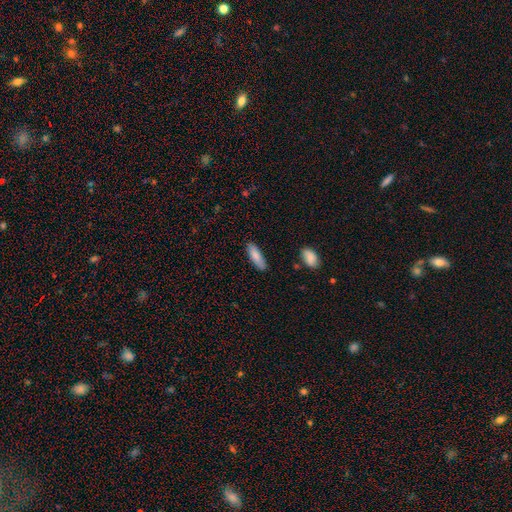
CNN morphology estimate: Smooth or featured? Predicted: smooth (p=0.84). How rounded? Predicted: in between (p=0.53). Merging? Predicted: none (p=0.83).